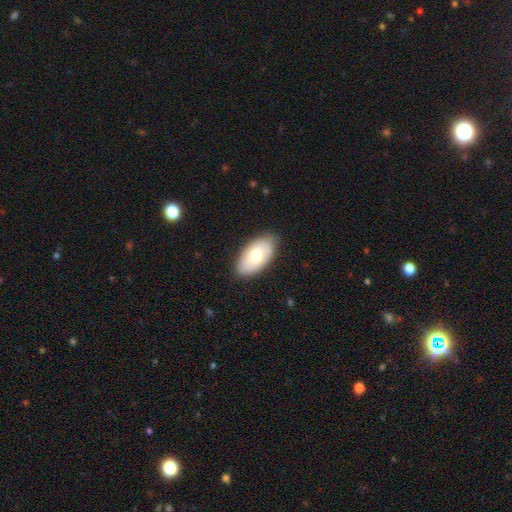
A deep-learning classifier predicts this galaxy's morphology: Smooth or featured? smooth (65%)
How rounded? in between (94%)
Merging? none (83%)